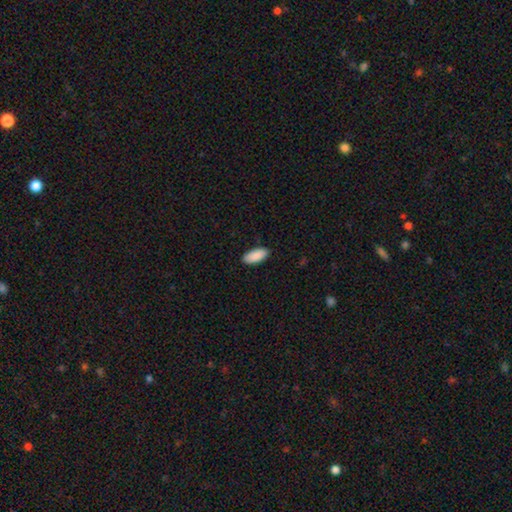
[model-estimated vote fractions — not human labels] Morphology: type=smooth (91%); roundness=in between (88%); merging=none (88%).